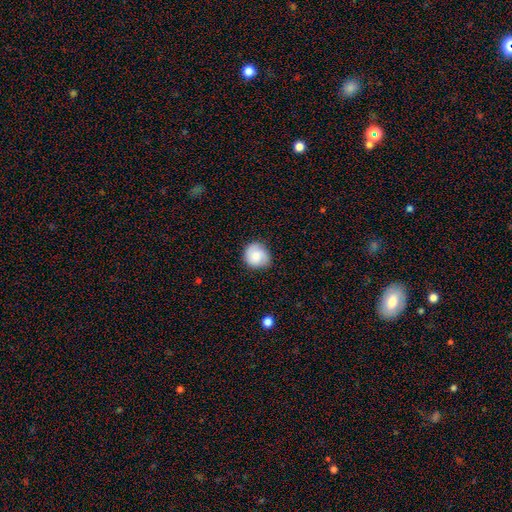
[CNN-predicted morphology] type=smooth (76%); roundness=round (86%); merging=none (76%).